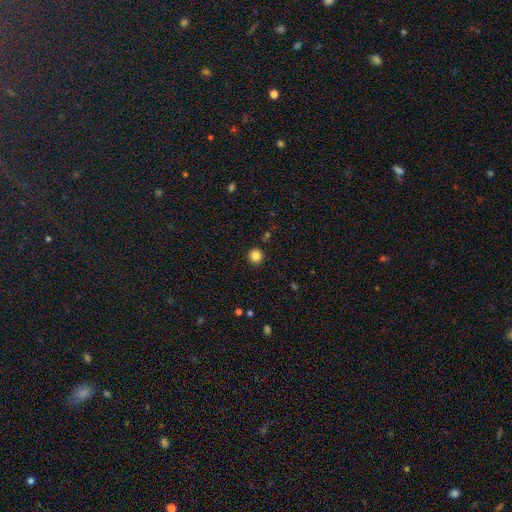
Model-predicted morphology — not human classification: A smooth galaxy with no disk features (84%) that is round (94%). Merging: none (92%).